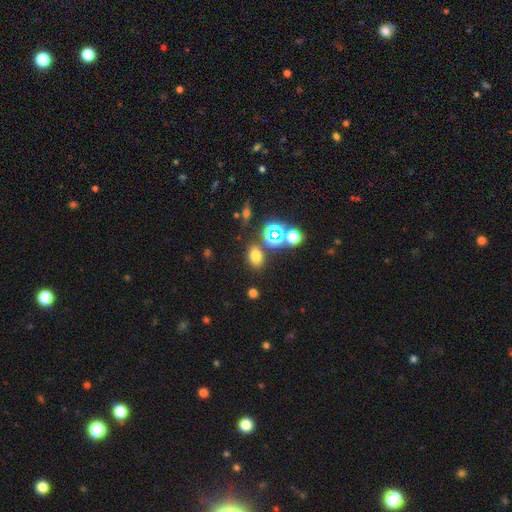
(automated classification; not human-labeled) smooth_or_featured: smooth (p=0.69) [alt: star or artifact p=0.24]
how_rounded: in between (p=0.63) [alt: round p=0.36]
merging: none (p=0.78) [alt: minor disturbance p=0.10]